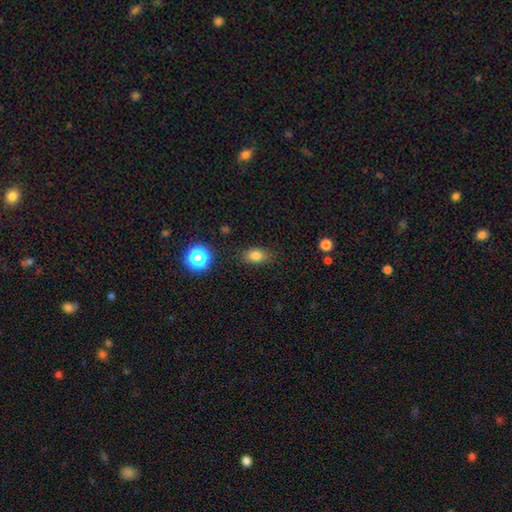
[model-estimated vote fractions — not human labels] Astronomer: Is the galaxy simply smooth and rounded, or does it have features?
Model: smooth — 80%.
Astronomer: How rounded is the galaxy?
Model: in between — 76%.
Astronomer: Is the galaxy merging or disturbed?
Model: none — 82%.